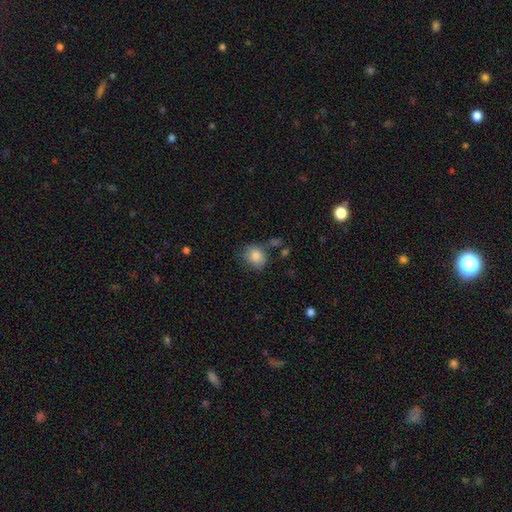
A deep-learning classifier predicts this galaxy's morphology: A smooth galaxy with no disk features (85%) that is round (60%).

Vote fractions:
- Smooth or featured? smooth: 85% / star or artifact: 8% / featured or disk: 7%
- How rounded? round: 60% / in between: 39% / cigar-shaped: 1%
- Merging? none: 63% / minor disturbance: 22% / major disturbance: 8% / merger: 7%